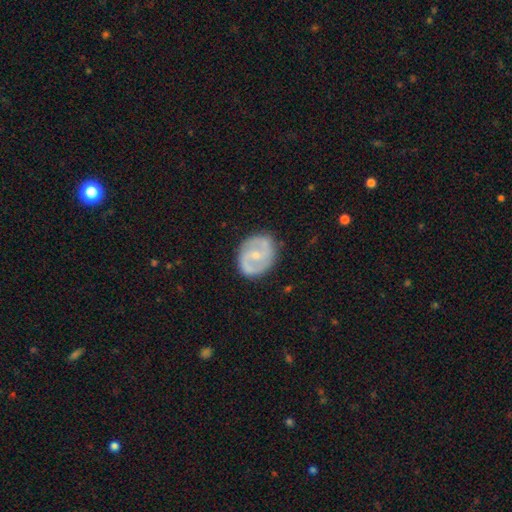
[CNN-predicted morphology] A featured or disk galaxy (77%) with a weak bar (43%), 2 (87%) medium (48%) spiral arms (85%) and a small central bulge (63%). Merging: none (82%).